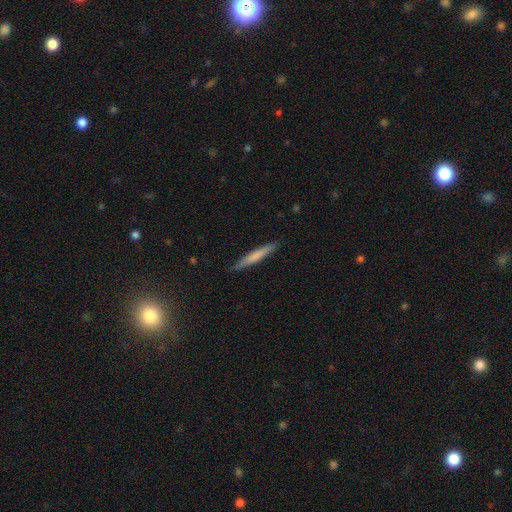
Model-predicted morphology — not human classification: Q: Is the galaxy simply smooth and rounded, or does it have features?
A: smooth — 64%.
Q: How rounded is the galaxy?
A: cigar-shaped — 95%.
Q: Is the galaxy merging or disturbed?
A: none — 90%.